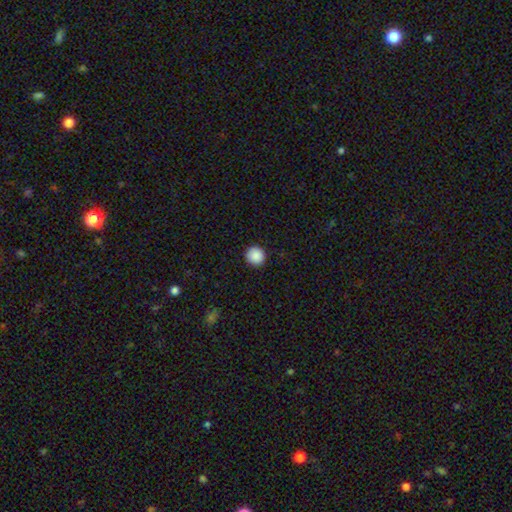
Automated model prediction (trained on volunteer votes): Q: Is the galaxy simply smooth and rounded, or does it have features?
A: smooth — 89%.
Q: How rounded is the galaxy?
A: round — 95%.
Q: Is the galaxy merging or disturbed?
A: none — 93%.